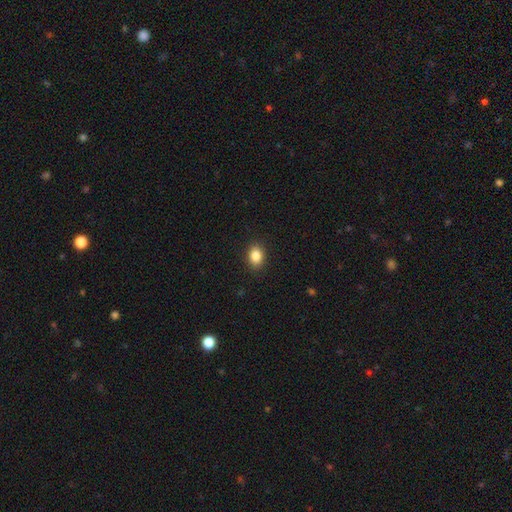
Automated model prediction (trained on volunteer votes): This is clearly a smooth galaxy (86%). How rounded: likely in between (65%). Merging: clearly none (90%).